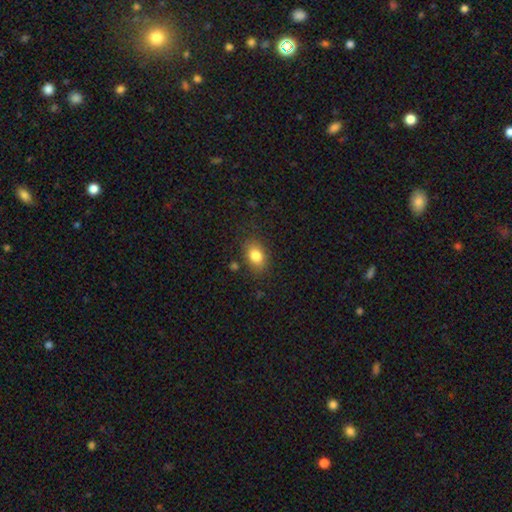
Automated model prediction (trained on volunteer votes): smooth 82%, featured or disk 9%, star or artifact 9%. Down the decision tree: how rounded — in between (76%); merging — none (80%).